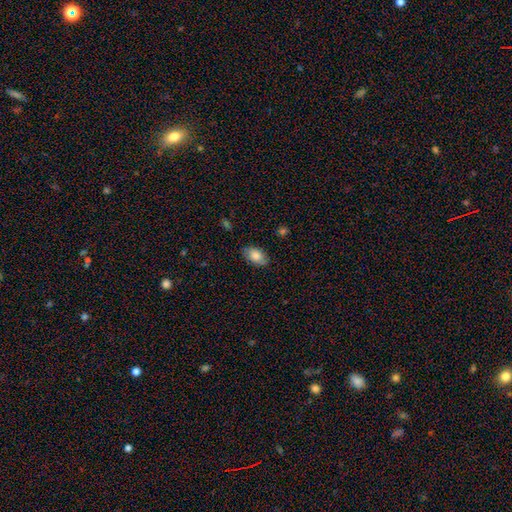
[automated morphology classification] Q: Smooth or featured?
A: smooth (82%); runner-up: featured or disk (11%)
Q: How rounded?
A: in between (92%); runner-up: round (6%)
Q: Merging?
A: none (82%); runner-up: minor disturbance (14%)